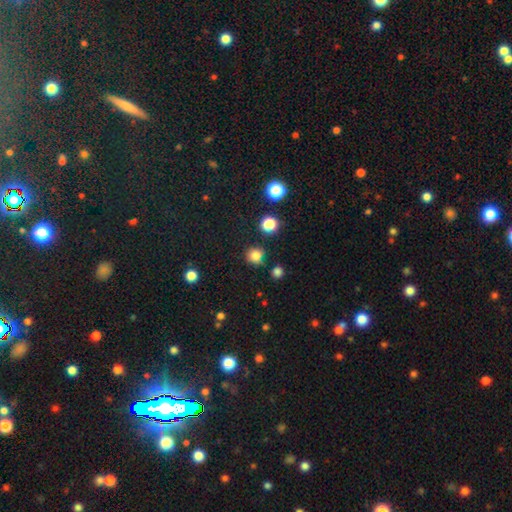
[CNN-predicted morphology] This is likely a smooth galaxy (79%). How rounded: clearly round (89%). Merging: likely none (78%).